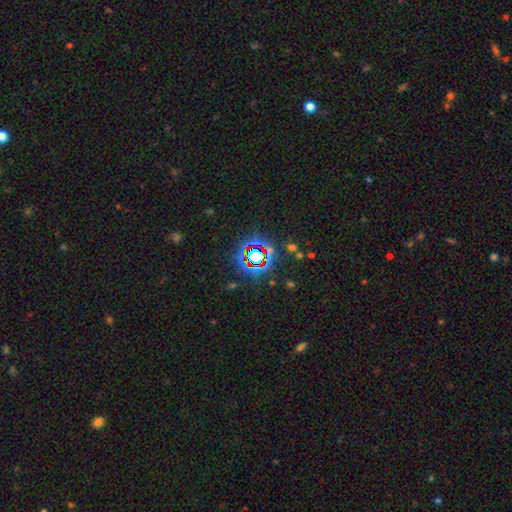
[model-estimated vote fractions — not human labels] Q: Smooth or featured?
A: star or artifact (71%); runner-up: smooth (17%)